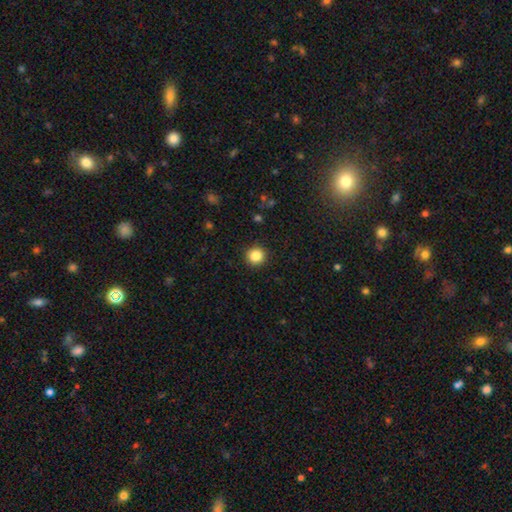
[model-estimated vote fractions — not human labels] Smooth or featured? smooth (86%)
How rounded? round (94%)
Merging? none (92%)